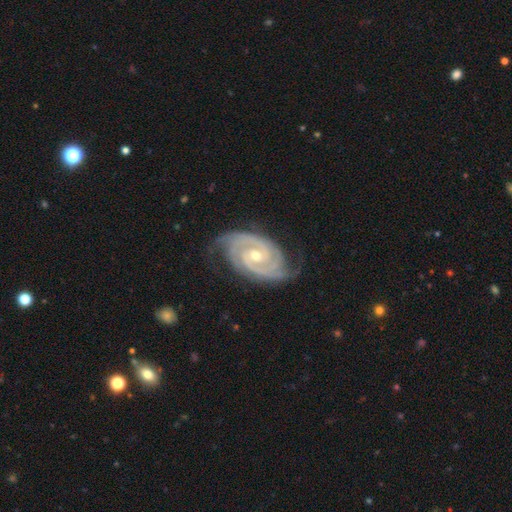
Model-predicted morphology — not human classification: featured or disk 93%, star or artifact 4%, smooth 3%. Down the decision tree: edge-on disk — no (97%); bar — no (55%); spiral arms — yes (99%); spiral arm count — 2 (69%); spiral winding — tight (75%); bulge size — moderate (51%); merging — none (75%).